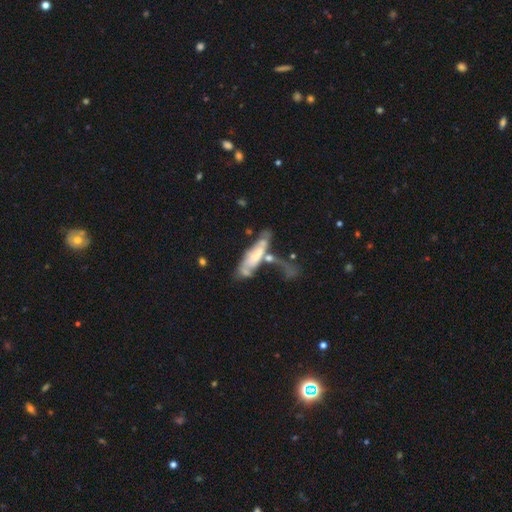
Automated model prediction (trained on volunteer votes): This is possibly a featured or disk galaxy (46%, tied with smooth). Merging: marginally merger (37%).